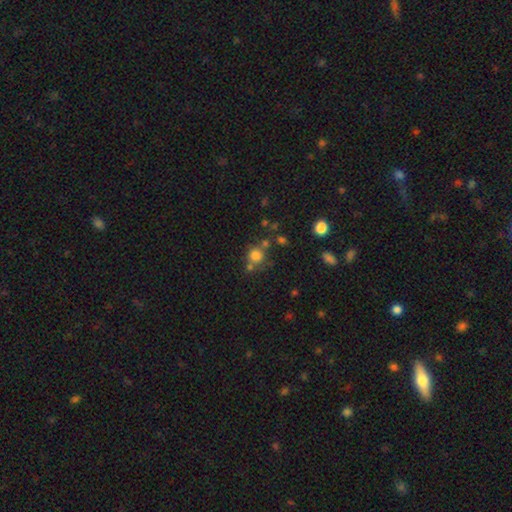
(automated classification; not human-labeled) A smooth galaxy with no disk features (76%) that is round (87%).

Vote fractions:
- Smooth or featured? smooth: 76% / star or artifact: 15% / featured or disk: 9%
- How rounded? round: 87% / in between: 12% / cigar-shaped: 1%
- Merging? none: 61% / merger: 21% / minor disturbance: 12% / major disturbance: 6%